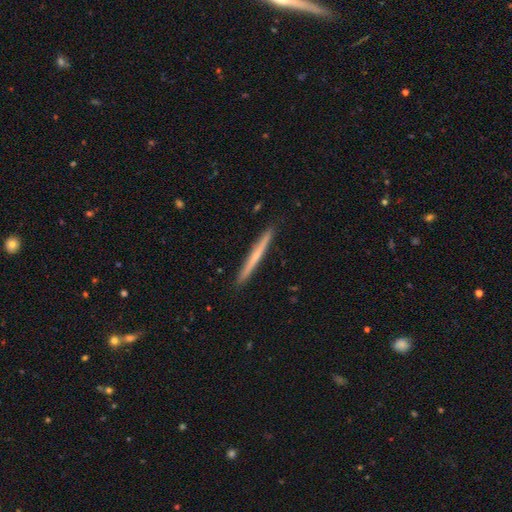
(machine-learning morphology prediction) This appears to be a featured or disk galaxy (53%) viewed edge-on (98%) with no central bulge (64%). Merging: none (92%).